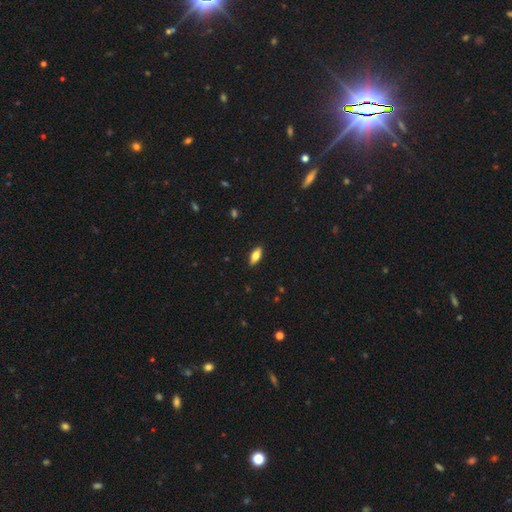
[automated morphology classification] This is likely a smooth galaxy (70%). How rounded: likely in between (77%). Merging: clearly none (89%).